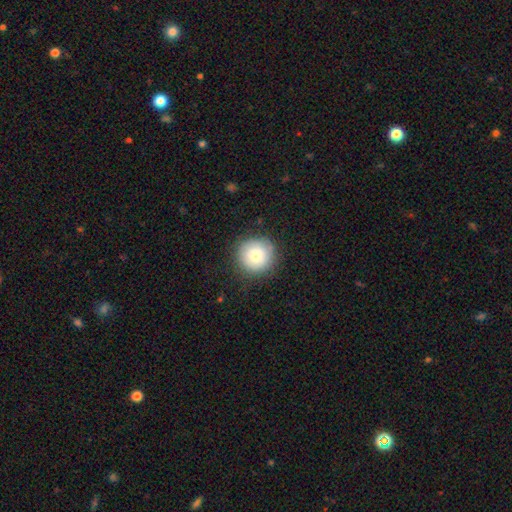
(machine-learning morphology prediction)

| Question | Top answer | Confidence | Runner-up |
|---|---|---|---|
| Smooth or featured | smooth | 77% | featured or disk (14%) |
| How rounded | round | 95% | in between (4%) |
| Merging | none | 84% | minor disturbance (12%) |